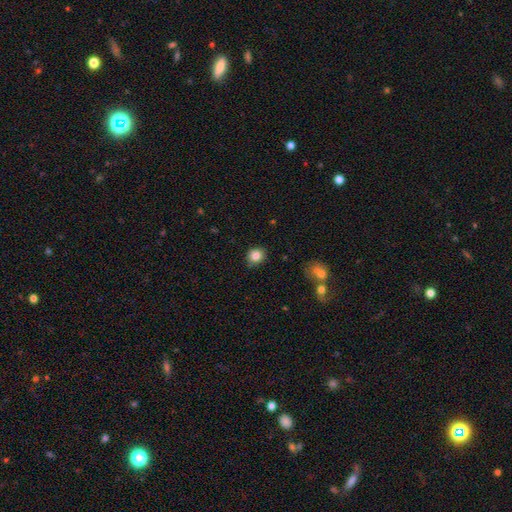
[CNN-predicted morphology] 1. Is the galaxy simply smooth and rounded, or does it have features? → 84% smooth, 10% star or artifact, 6% featured or disk.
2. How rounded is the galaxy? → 79% round, 20% in between, 1% cigar-shaped.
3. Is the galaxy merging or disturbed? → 82% none, 13% minor disturbance, 3% major disturbance, 2% merger.